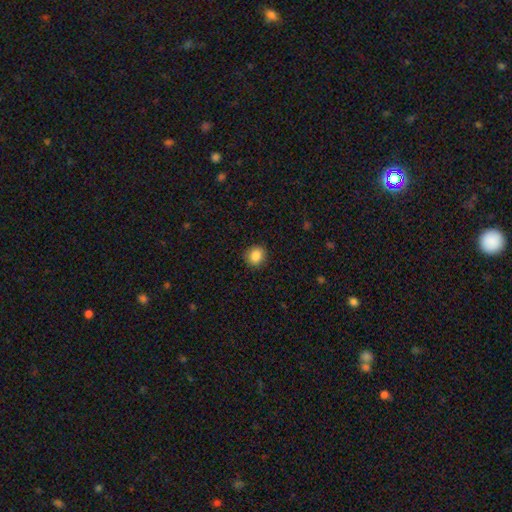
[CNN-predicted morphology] Smooth or featured? Predicted: smooth (p=0.86). How rounded? Predicted: round (p=0.80). Merging? Predicted: none (p=0.89).